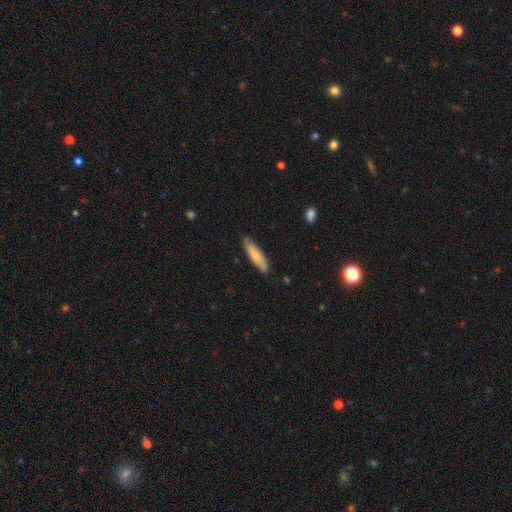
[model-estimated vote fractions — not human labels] This is likely a smooth galaxy (70%). How rounded: likely cigar-shaped (73%). Merging: clearly none (83%).